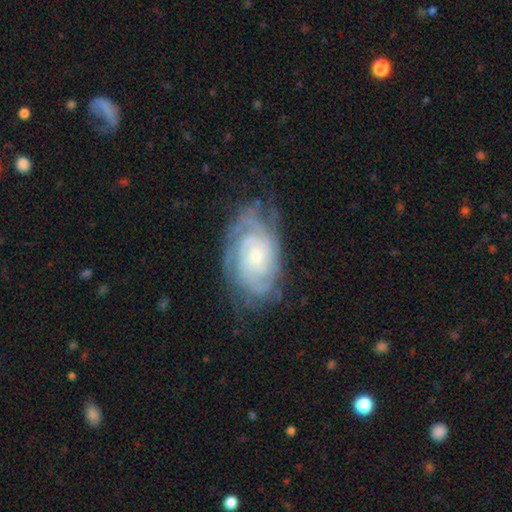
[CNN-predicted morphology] This appears to be a featured or disk galaxy (85%) with no bar (69%), tight (73%) spiral arms (96%) and a small central bulge (61%). Merging: none (68%).